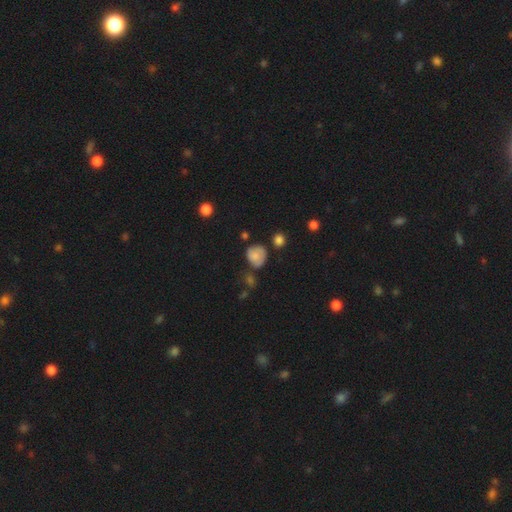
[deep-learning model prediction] smooth-or-featured: smooth: 76% | featured or disk: 14% | star or artifact: 10%
  how-rounded: round: 69% | in between: 30% | cigar-shaped: 1%
  merging: none: 55% | minor disturbance: 28% | major disturbance: 9% | merger: 8%